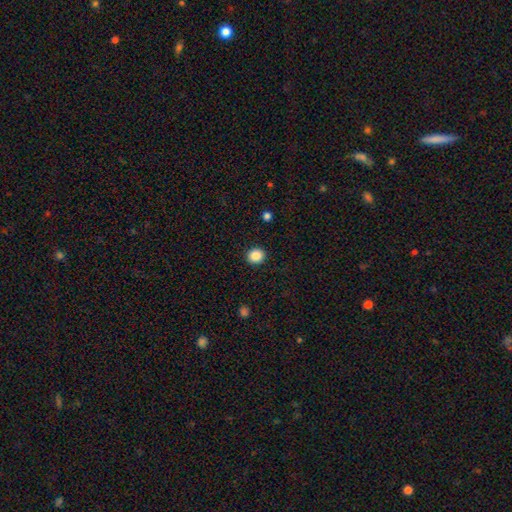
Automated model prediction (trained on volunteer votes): This is clearly a smooth galaxy (87%). How rounded: clearly round (80%). Merging: clearly none (92%).